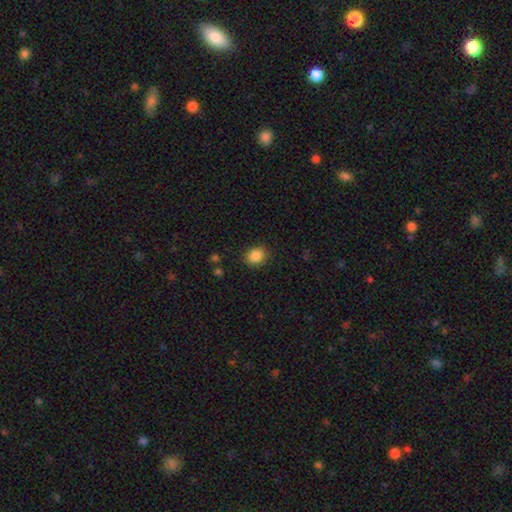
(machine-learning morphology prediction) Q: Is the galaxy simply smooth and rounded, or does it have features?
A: smooth — 86%.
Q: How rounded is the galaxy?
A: round — 71%.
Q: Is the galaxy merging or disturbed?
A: none — 88%.